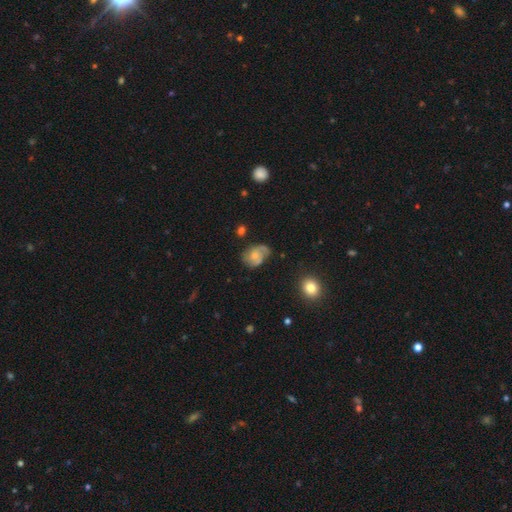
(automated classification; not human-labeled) Smooth or featured? Predicted: featured or disk (p=0.56). Edge-on disk? Predicted: no (p=0.97). Bar? Predicted: no (p=0.72). Spiral arms? Predicted: yes (p=0.85). Bulge size? Predicted: small (p=0.45). Merging? Predicted: none (p=0.50).